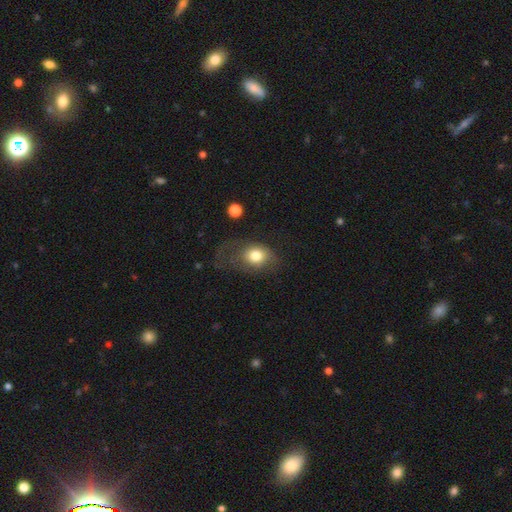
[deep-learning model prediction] Overall: smooth (73%). How rounded: in between (56%; round 42%). Merging: major disturbance (37%; none 36%).